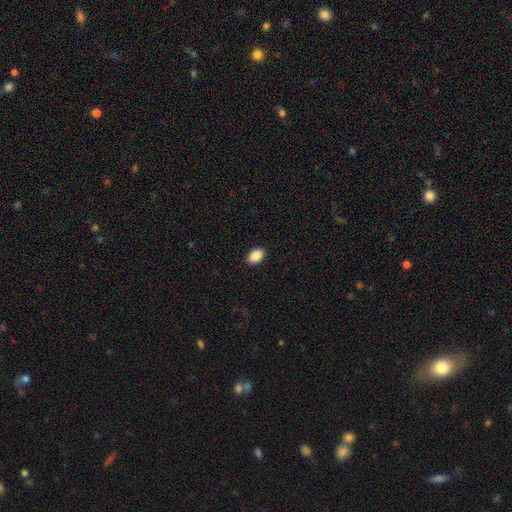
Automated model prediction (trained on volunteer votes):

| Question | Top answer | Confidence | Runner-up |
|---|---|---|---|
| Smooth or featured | smooth | 89% | star or artifact (8%) |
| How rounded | in between | 87% | round (11%) |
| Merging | none | 90% | minor disturbance (7%) |